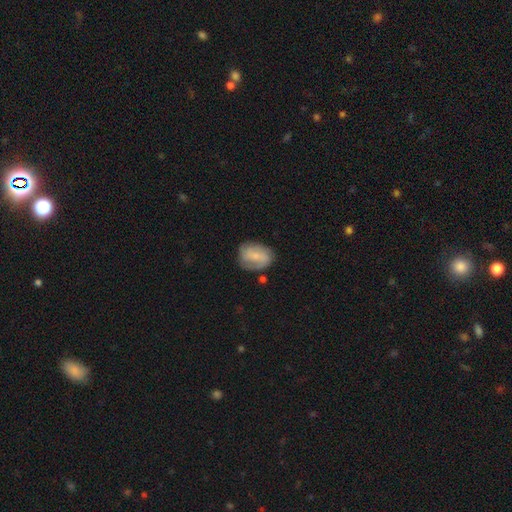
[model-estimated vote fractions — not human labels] A featured or disk galaxy (54%) with no bar (52%), spiral arms (86%) and a small central bulge (57%).

Vote fractions:
- Smooth or featured? featured or disk: 54% / smooth: 39% / star or artifact: 7%
- Edge-on disk? no: 97% / yes: 3%
- Bar? no: 52% / weak: 39% / strong: 9%
- Spiral arms? yes: 86% / no: 14%
- Bulge size? small: 57% / moderate: 24% / none: 15% / large: 2% / dominant: 1%
- Merging? none: 67% / minor disturbance: 22% / major disturbance: 8% / merger: 3%